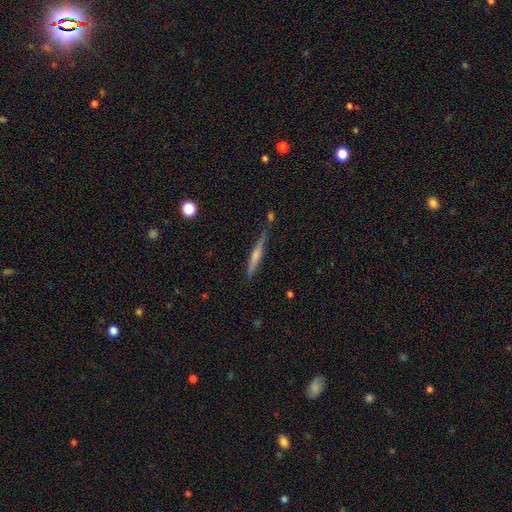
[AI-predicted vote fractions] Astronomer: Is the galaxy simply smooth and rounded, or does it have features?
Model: featured or disk — 50% (runner-up: smooth, 42%).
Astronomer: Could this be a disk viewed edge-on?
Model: yes — 96%.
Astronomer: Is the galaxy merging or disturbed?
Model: none — 77%.